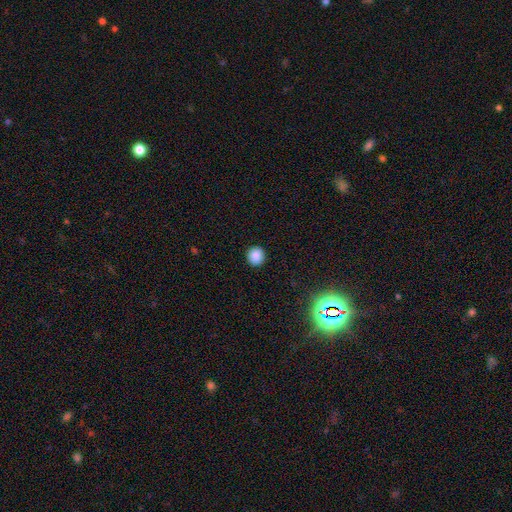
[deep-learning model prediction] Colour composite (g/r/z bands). It shows a smooth galaxy with no disk features (87%) that is round (91%). Merging: none (92%).